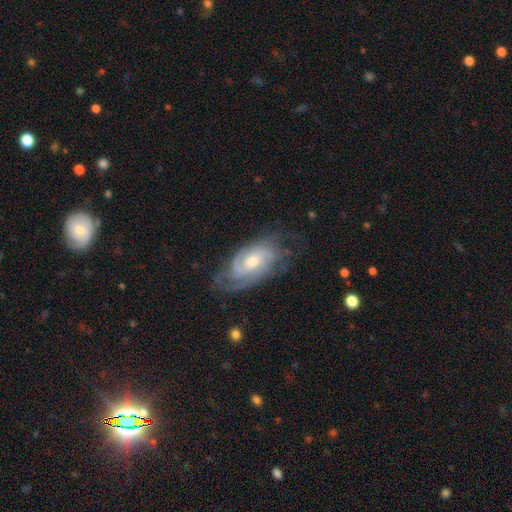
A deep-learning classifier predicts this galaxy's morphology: The model was most divided on "spiral arm count": 2: 36%, can't tell: 29%, 3: 20%, 4: 6%, 1: 5%, more than 4: 4%. More confident: spiral arms — yes (96%); edge-on disk — no (95%); smooth or featured — featured or disk (85%); merging — none (67%); bulge size — moderate (65%); spiral winding — tight (60%); bar — no (59%).